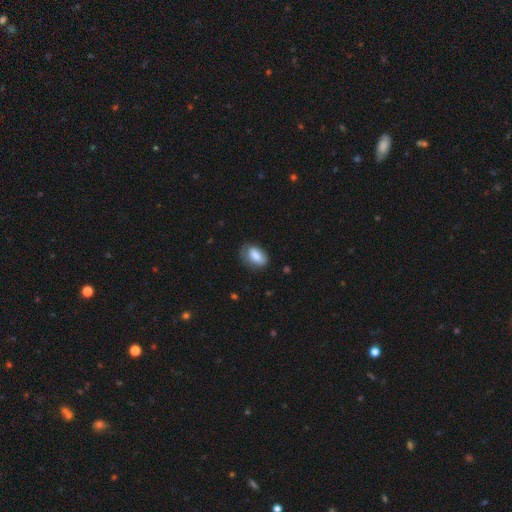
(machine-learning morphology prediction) A smooth galaxy with no disk features (77%) that is in between round and cigar-shaped (90%).

Vote fractions:
- Smooth or featured? smooth: 77% / featured or disk: 16% / star or artifact: 7%
- How rounded? in between: 90% / round: 7% / cigar-shaped: 3%
- Merging? none: 65% / minor disturbance: 26% / major disturbance: 8% / merger: 1%